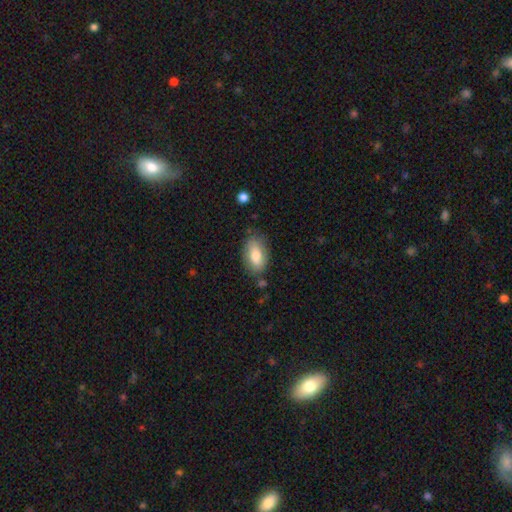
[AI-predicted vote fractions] Overall: smooth (75%). How rounded: in between (91%). Merging: none (74%).